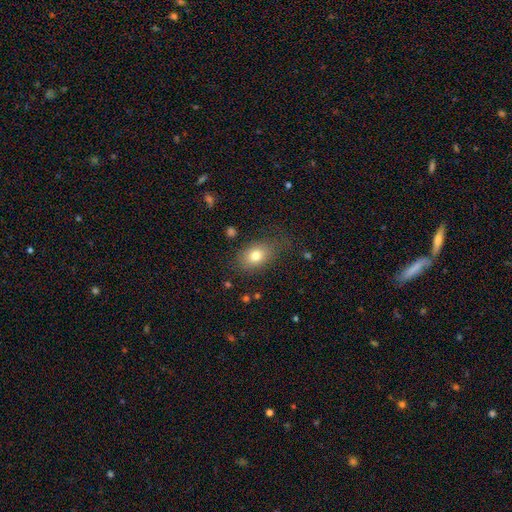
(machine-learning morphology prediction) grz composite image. It shows a smooth galaxy with no disk features (78%) that is in between round and cigar-shaped (78%). Merging: none (70%).